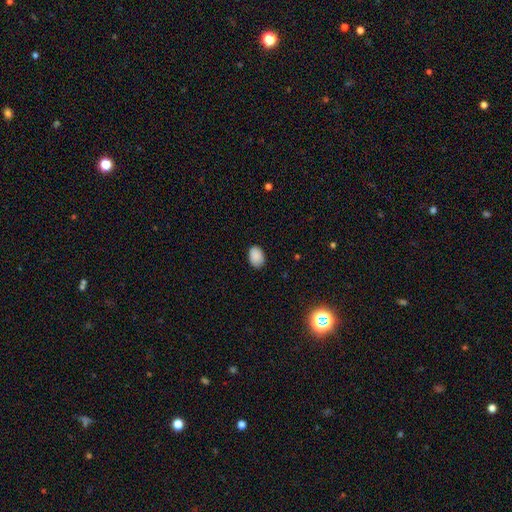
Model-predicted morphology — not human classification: smooth-or-featured: smooth: 89% | star or artifact: 8% | featured or disk: 3%
  how-rounded: in between: 85% | round: 14% | cigar-shaped: 1%
  merging: none: 83% | minor disturbance: 13% | major disturbance: 2% | merger: 1%